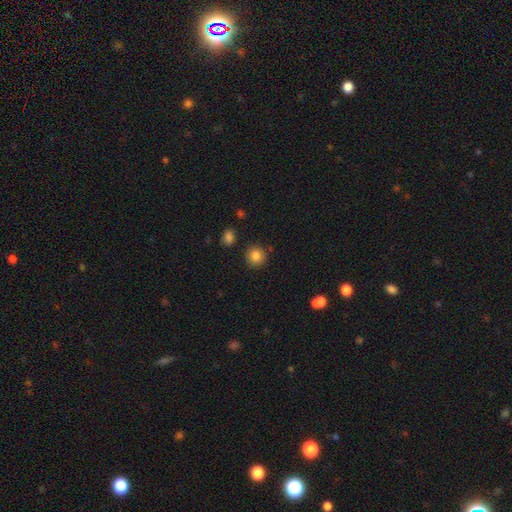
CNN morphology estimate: smooth 85%, star or artifact 10%, featured or disk 5%. Down the decision tree: how rounded — round (92%); merging — none (87%).